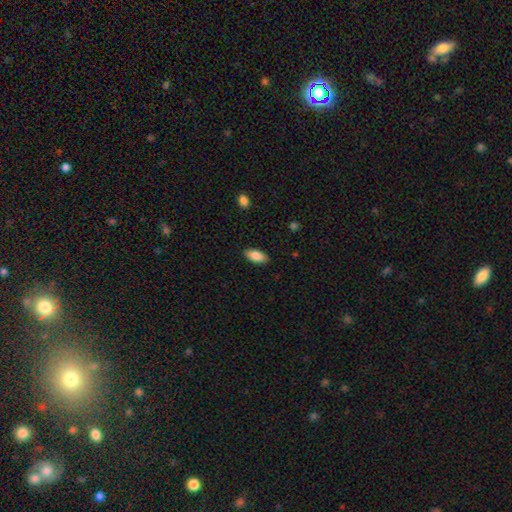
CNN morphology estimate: Smooth or featured? smooth (86%)
How rounded? in between (91%)
Merging? none (88%)